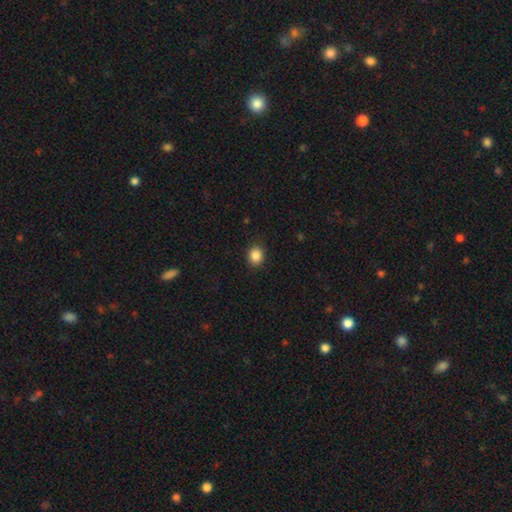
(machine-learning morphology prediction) A smooth galaxy with no disk features (87%) that is round (69%). Merging: none (89%).